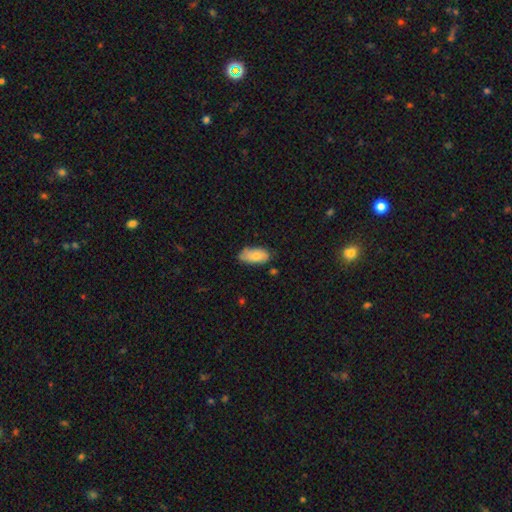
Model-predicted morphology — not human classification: This appears to be a smooth galaxy with no disk features (79%) that is in between round and cigar-shaped (92%). Merging: none (65%).